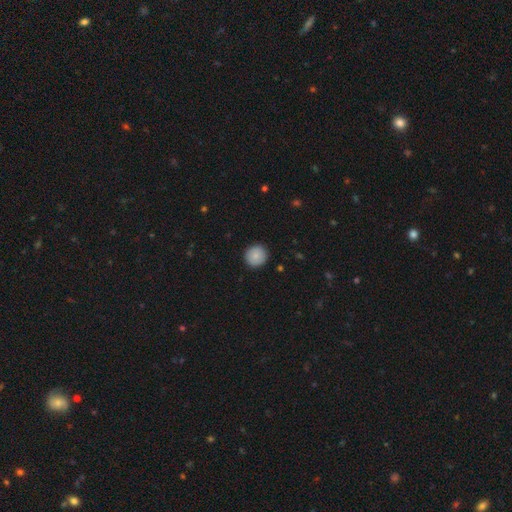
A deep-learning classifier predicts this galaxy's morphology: smooth-or-featured: smooth: 83% | featured or disk: 10% | star or artifact: 7%
  how-rounded: round: 94% | in between: 5% | cigar-shaped: 1%
  merging: none: 91% | minor disturbance: 6% | major disturbance: 2% | merger: 1%